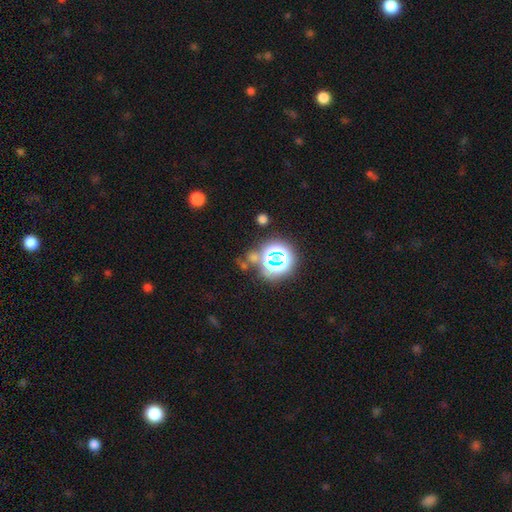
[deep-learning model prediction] The model was most divided on "smooth or featured": star or artifact: 61%, smooth: 29%, featured or disk: 9%.